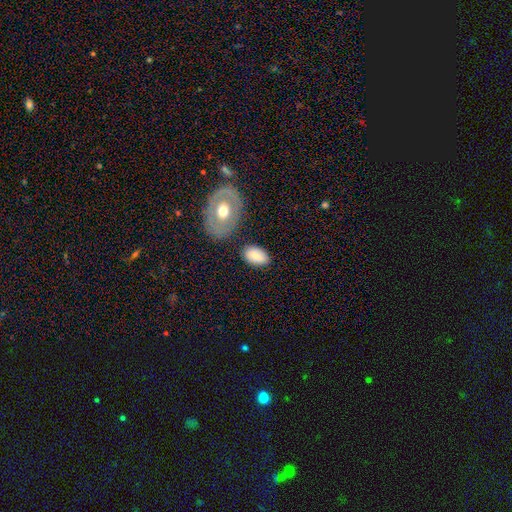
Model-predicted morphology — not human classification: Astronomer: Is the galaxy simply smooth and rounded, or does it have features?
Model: smooth — 80%.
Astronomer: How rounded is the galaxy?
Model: in between — 92%.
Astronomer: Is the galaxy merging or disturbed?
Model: none — 76%.